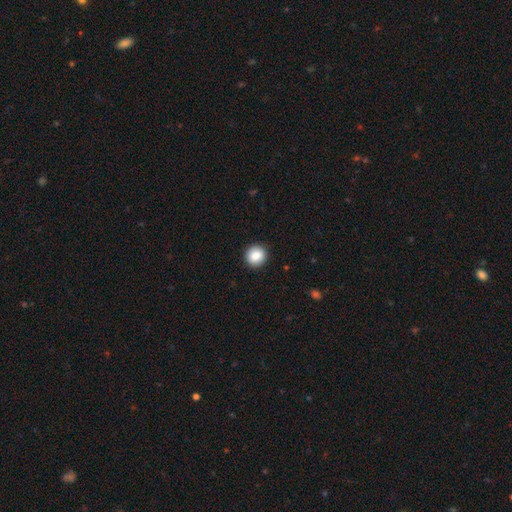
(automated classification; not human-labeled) The model was most divided on "smooth or featured": smooth: 87%, star or artifact: 8%, featured or disk: 5%. More confident: merging — none (91%); how rounded — round (89%).